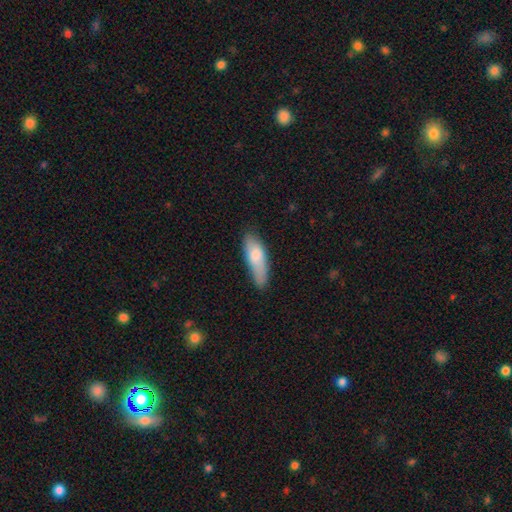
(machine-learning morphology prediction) Smooth or featured?
  - smooth: 76% *
  - featured or disk: 18%
  - star or artifact: 6%
How rounded?
  - in between: 55% *
  - cigar-shaped: 43%
  - round: 2%
Merging?
  - none: 65% *
  - minor disturbance: 27%
  - major disturbance: 6%
  - merger: 2%